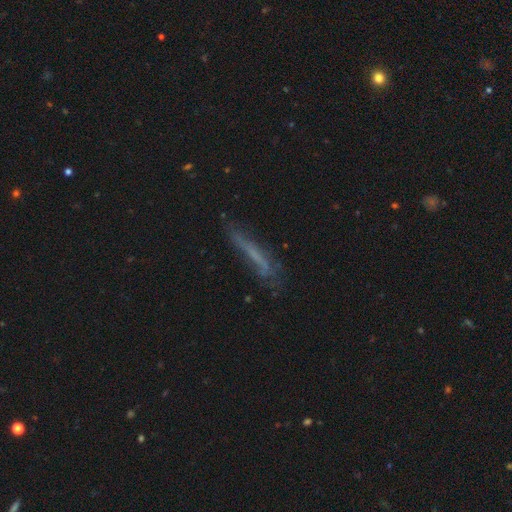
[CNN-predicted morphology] Smooth or featured: featured or disk — 45% (smooth — 42%)
Merging: none — 58% (minor disturbance — 26%)